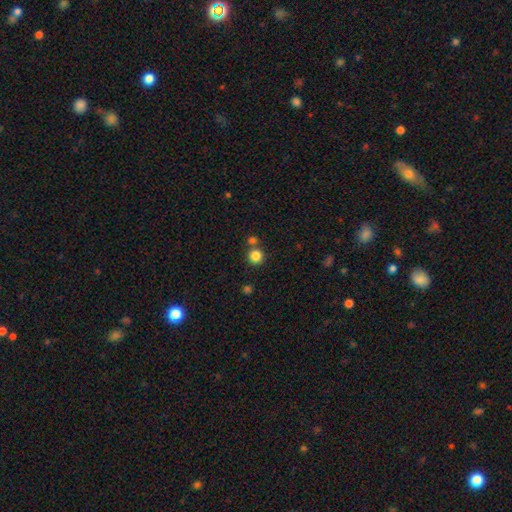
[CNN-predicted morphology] Smooth or featured?
  - smooth: 84% *
  - star or artifact: 11%
  - featured or disk: 5%
How rounded?
  - round: 93% *
  - in between: 6%
  - cigar-shaped: 1%
Merging?
  - none: 74% *
  - merger: 16%
  - minor disturbance: 7%
  - major disturbance: 3%